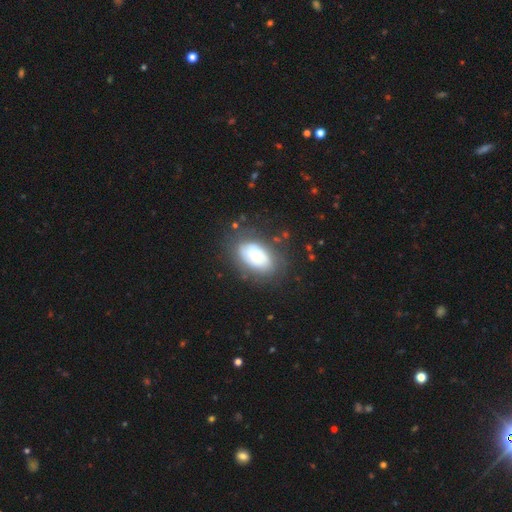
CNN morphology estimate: The model was most divided on "smooth or featured": smooth: 54%, featured or disk: 38%, star or artifact: 8%. More confident: how rounded — in between (89%); merging — none (68%).